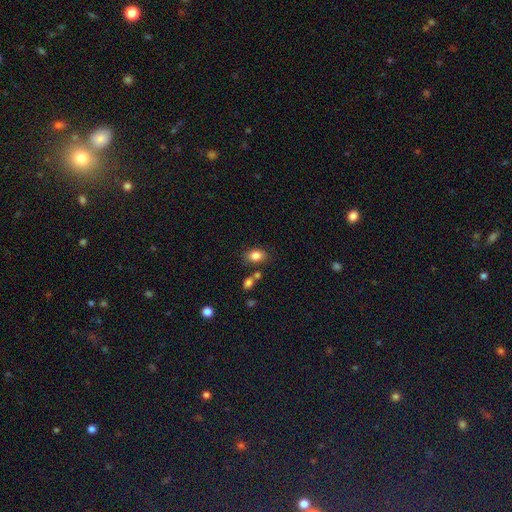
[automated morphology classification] smooth-or-featured: smooth: 83% | star or artifact: 9% | featured or disk: 7%
  how-rounded: in between: 75% | round: 23% | cigar-shaped: 1%
  merging: none: 73% | minor disturbance: 13% | merger: 10% | major disturbance: 4%